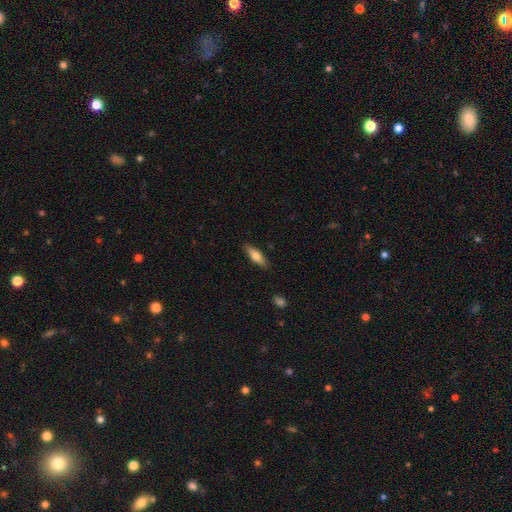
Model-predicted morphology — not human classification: smooth_or_featured: smooth (p=0.63) [alt: featured or disk p=0.31]
how_rounded: cigar-shaped (p=0.53) [alt: in between p=0.45]
merging: none (p=0.86) [alt: minor disturbance p=0.11]